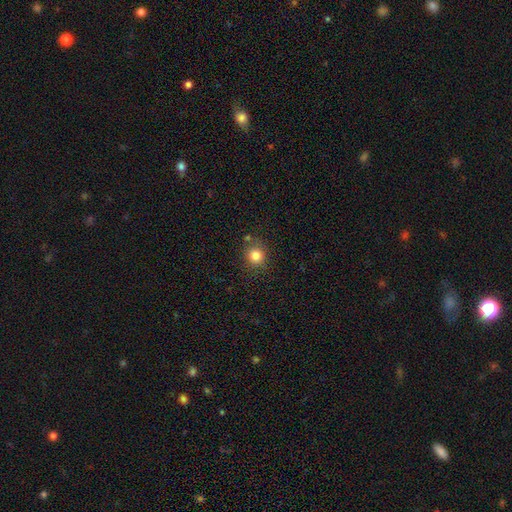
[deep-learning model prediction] A smooth galaxy with no disk features (83%) that is round (88%).

Vote fractions:
- Smooth or featured? smooth: 83% / star or artifact: 12% / featured or disk: 6%
- How rounded? round: 88% / in between: 11% / cigar-shaped: 1%
- Merging? none: 82% / minor disturbance: 10% / merger: 5% / major disturbance: 3%